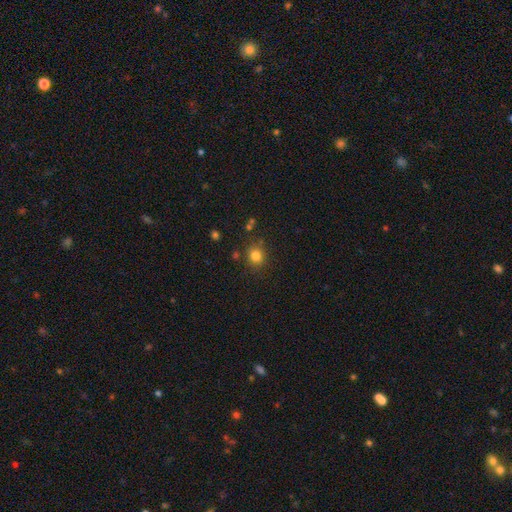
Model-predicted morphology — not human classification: This appears to be a smooth galaxy with no disk features (82%) that is round (82%). Merging: none (82%).